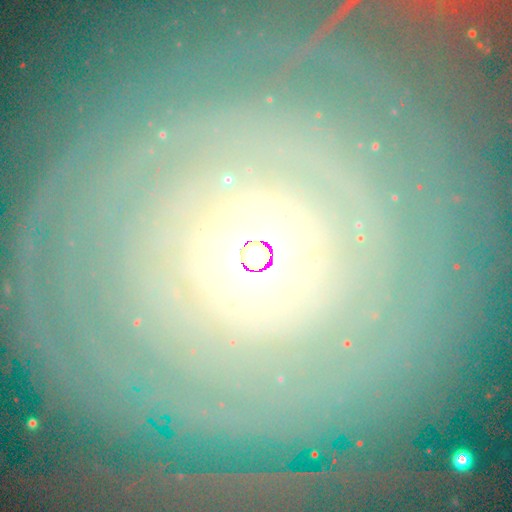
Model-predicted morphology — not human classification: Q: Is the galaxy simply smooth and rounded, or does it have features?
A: featured or disk — 54%.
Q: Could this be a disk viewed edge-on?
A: no — 93%.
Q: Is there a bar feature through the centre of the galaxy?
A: no — 82%.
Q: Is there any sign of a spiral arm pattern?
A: no — 51%.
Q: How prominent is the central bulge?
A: moderate — 49%.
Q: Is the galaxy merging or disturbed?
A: none — 76%.